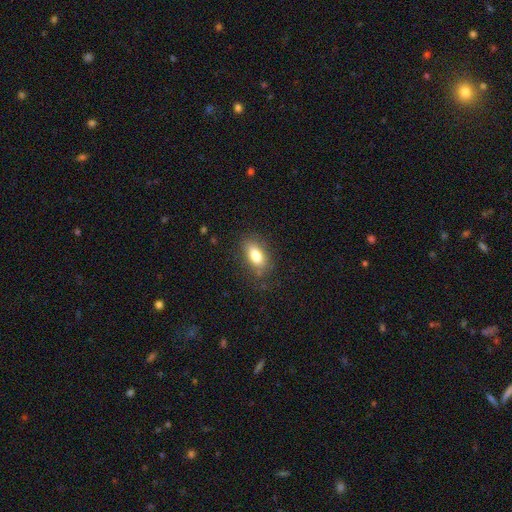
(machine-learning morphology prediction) smooth 80%, featured or disk 12%, star or artifact 8%. Down the decision tree: how rounded — in between (88%); merging — none (78%).